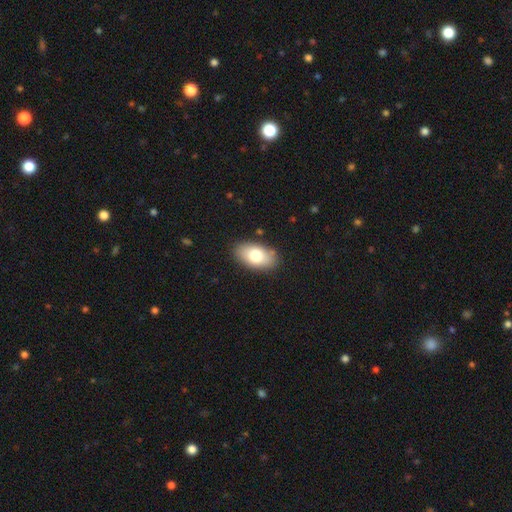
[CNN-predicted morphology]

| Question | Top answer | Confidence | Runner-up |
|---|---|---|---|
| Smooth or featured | smooth | 76% | featured or disk (17%) |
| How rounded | in between | 92% | round (5%) |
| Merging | none | 85% | minor disturbance (11%) |